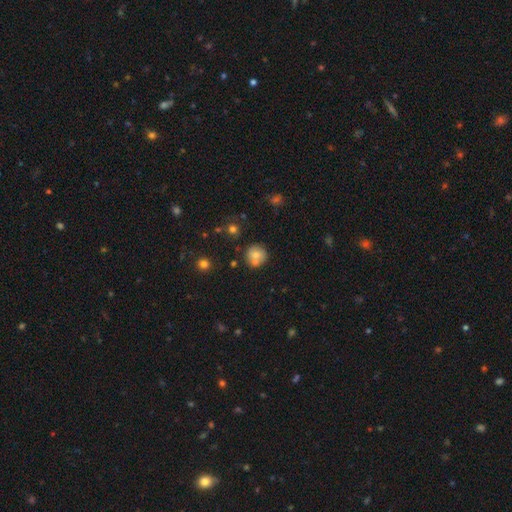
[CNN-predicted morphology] Smooth or featured? smooth (74%)
How rounded? round (90%)
Merging? none (65%)